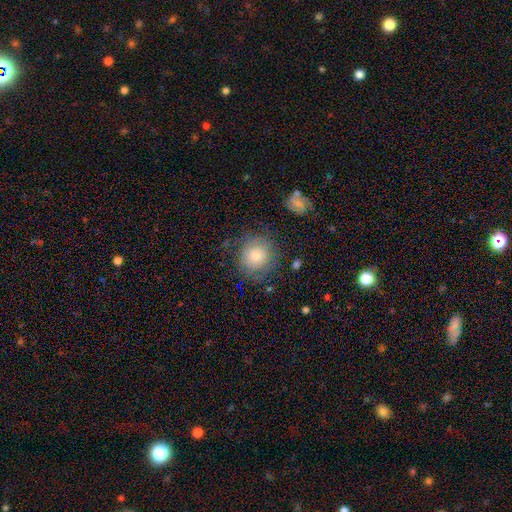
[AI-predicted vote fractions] Smooth or featured: smooth — 71% (featured or disk — 19%)
How rounded: round — 89% (in between — 10%)
Merging: none — 75% (minor disturbance — 16%)